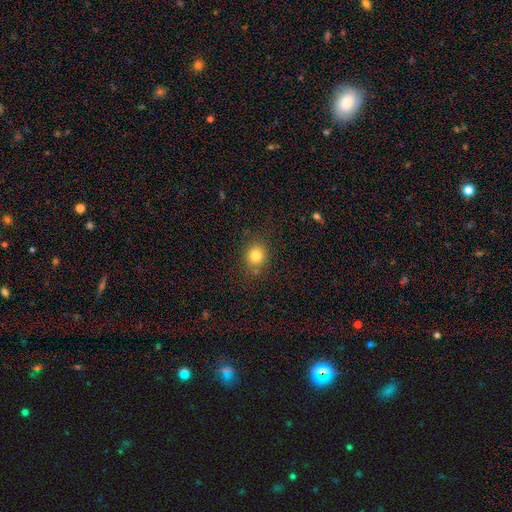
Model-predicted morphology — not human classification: This appears to be a smooth galaxy with no disk features (81%) that is round (82%). Merging: none (83%).